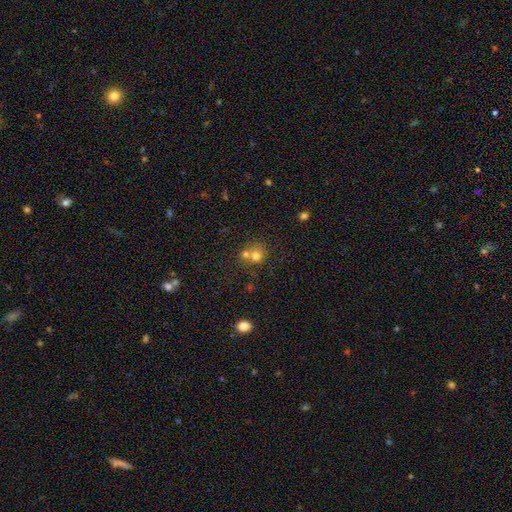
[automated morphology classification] A smooth galaxy with no disk features (71%) that is round (82%).

Vote fractions:
- Smooth or featured? smooth: 71% / featured or disk: 15% / star or artifact: 14%
- How rounded? round: 82% / in between: 17% / cigar-shaped: 1%
- Merging? merger: 50% / none: 40% / minor disturbance: 7% / major disturbance: 3%